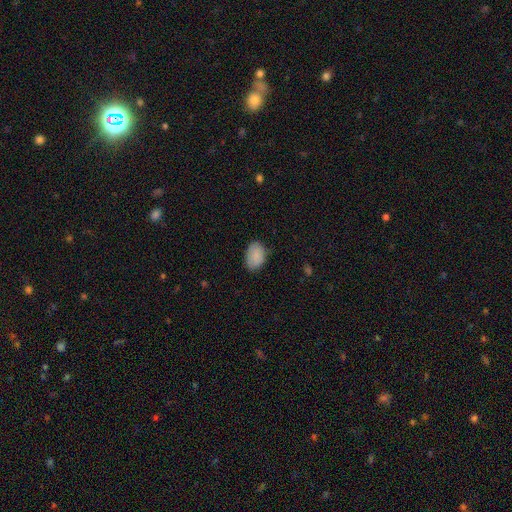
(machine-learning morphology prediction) Smooth or featured?
  - smooth: 88% *
  - star or artifact: 7%
  - featured or disk: 5%
How rounded?
  - in between: 87% *
  - round: 12%
  - cigar-shaped: 1%
Merging?
  - none: 80% *
  - minor disturbance: 16%
  - major disturbance: 3%
  - merger: 1%